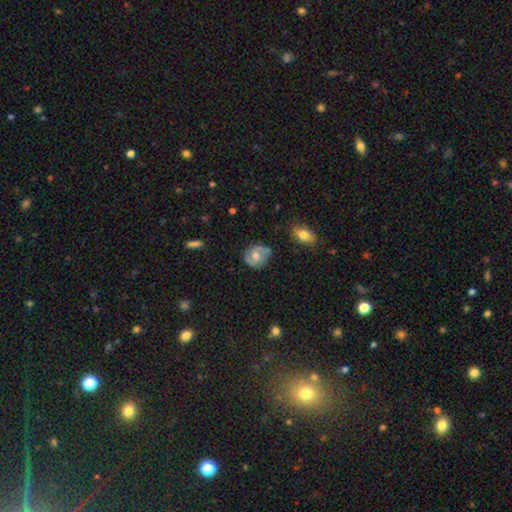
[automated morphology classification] smooth_or_featured: featured or disk (p=0.53) [alt: smooth p=0.38]
disk_edge_on: no (p=0.96) [alt: yes p=0.04]
bar: no (p=0.66) [alt: weak p=0.28]
has_spiral_arms: yes (p=0.78) [alt: no p=0.22]
bulge_size: moderate (p=0.68) [alt: small p=0.26]
merging: none (p=0.72) [alt: minor disturbance p=0.20]